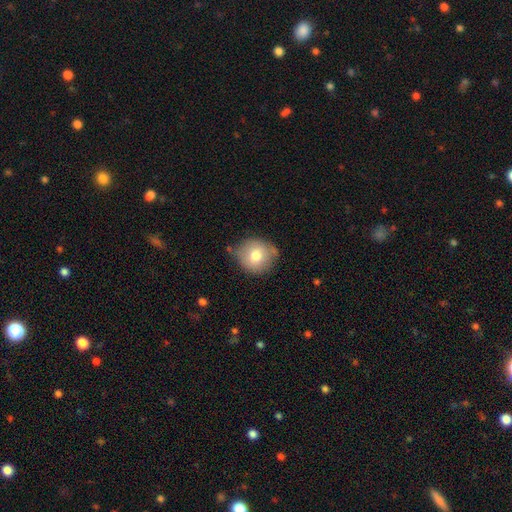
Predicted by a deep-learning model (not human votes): smooth 75%, featured or disk 16%, star or artifact 9%. Down the decision tree: how rounded — round (86%); merging — none (73%).